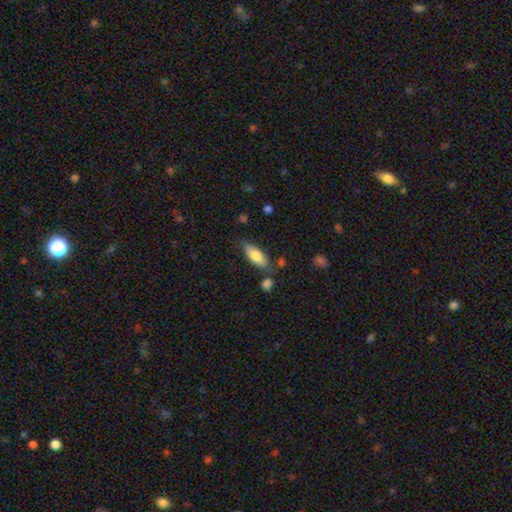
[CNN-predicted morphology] type=smooth (73%); roundness=in between (73%); merging=none (69%).